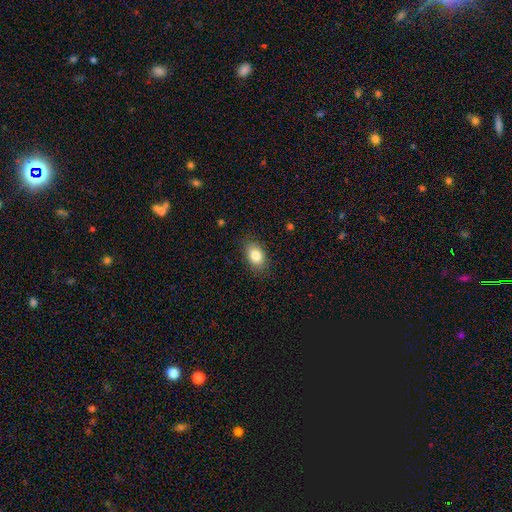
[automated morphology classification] smooth_or_featured: smooth (p=0.82) [alt: featured or disk p=0.10]
how_rounded: in between (p=0.84) [alt: round p=0.14]
merging: none (p=0.85) [alt: minor disturbance p=0.11]